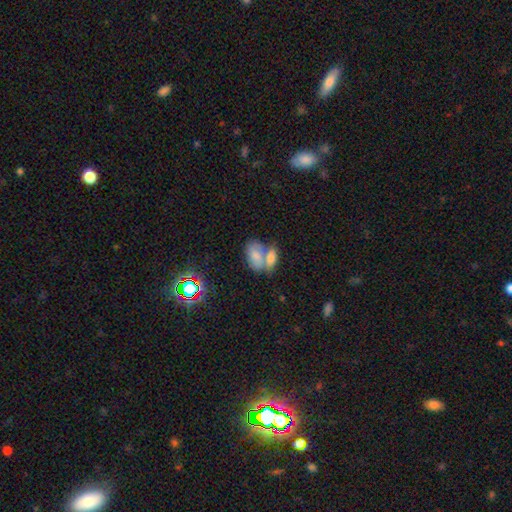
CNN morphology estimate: A smooth galaxy with no disk features (70%) that is in between round and cigar-shaped (90%). Merging: merger (63%).